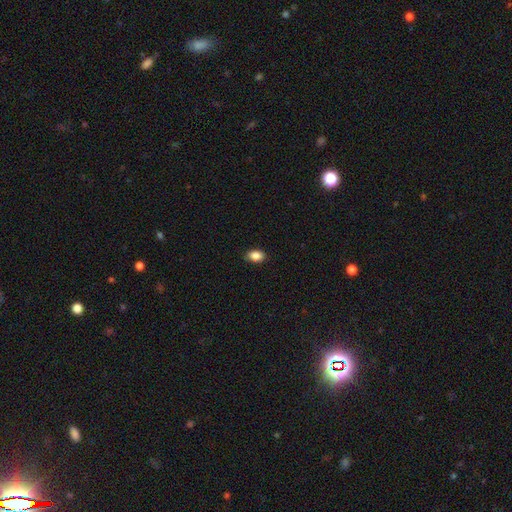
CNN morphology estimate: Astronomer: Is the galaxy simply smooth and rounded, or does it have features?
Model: smooth — 87%.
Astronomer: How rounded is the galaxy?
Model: in between — 82%.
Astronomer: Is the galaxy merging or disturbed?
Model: none — 84%.